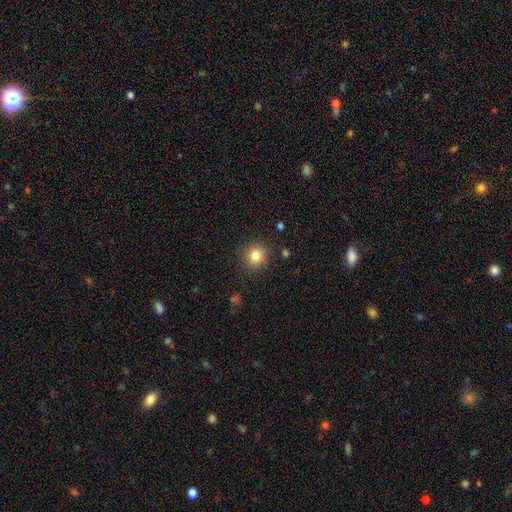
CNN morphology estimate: Smooth or featured? smooth (82%)
How rounded? round (87%)
Merging? none (88%)